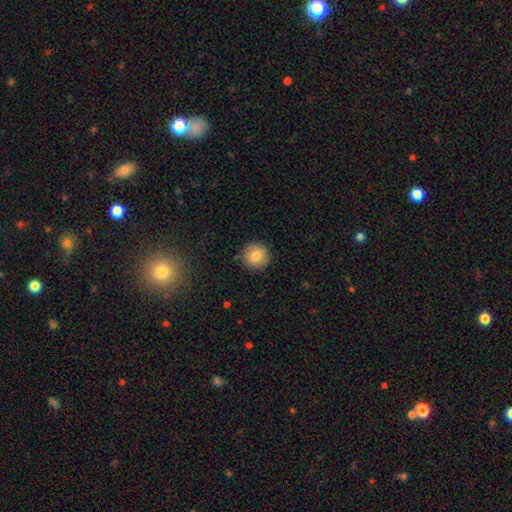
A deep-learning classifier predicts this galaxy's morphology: smooth-or-featured: smooth: 81% | featured or disk: 10% | star or artifact: 9%
  how-rounded: round: 93% | in between: 6% | cigar-shaped: 1%
  merging: none: 87% | minor disturbance: 9% | major disturbance: 2% | merger: 1%